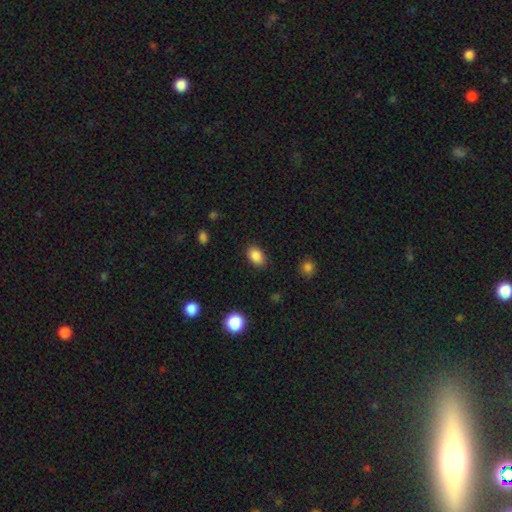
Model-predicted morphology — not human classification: Q: Smooth or featured?
A: smooth (87%); runner-up: star or artifact (9%)
Q: How rounded?
A: in between (81%); runner-up: round (17%)
Q: Merging?
A: none (84%); runner-up: minor disturbance (11%)